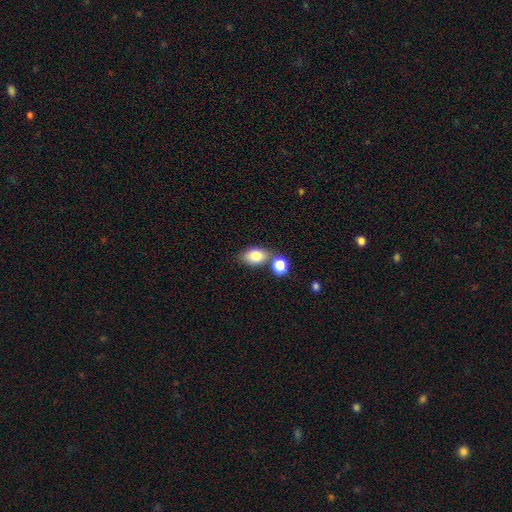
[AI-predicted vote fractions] Smooth or featured? Predicted: smooth (p=0.83). How rounded? Predicted: in between (p=0.82). Merging? Predicted: none (p=0.51).